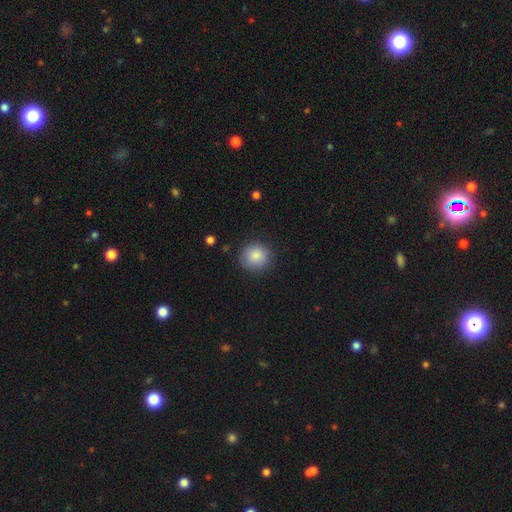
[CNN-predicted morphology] Q: Smooth or featured?
A: smooth (86%); runner-up: star or artifact (8%)
Q: How rounded?
A: round (89%); runner-up: in between (10%)
Q: Merging?
A: none (85%); runner-up: minor disturbance (11%)